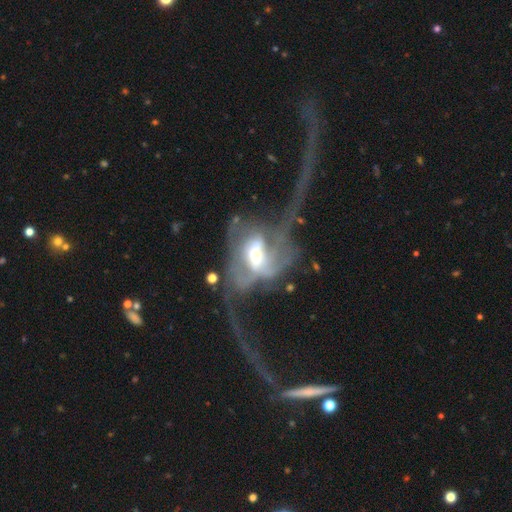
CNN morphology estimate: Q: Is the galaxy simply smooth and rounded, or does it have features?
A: featured or disk — 78%.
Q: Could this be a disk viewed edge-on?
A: no — 94%.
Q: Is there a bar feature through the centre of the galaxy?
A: no — 44%.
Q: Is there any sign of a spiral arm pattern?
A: yes — 66%.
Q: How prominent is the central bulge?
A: moderate — 58%.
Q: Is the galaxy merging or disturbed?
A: major disturbance — 65%.